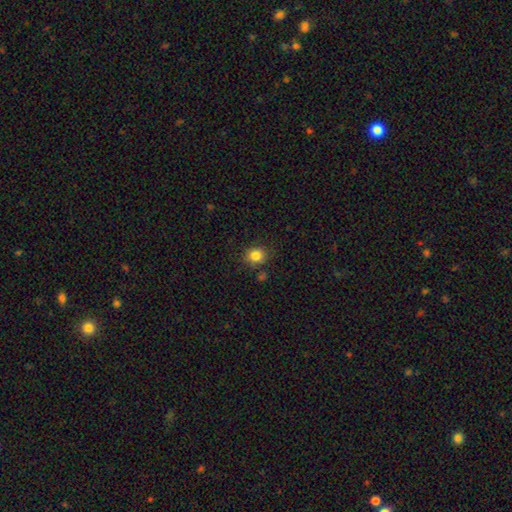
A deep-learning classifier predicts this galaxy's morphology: A smooth galaxy with no disk features (84%) that is round (77%). Merging: none (81%).